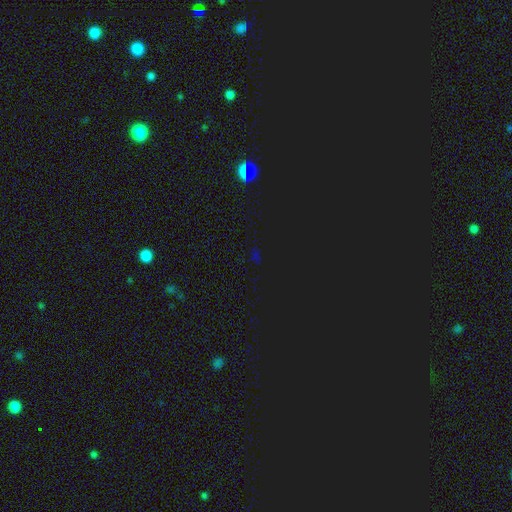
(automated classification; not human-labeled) Smooth or featured? star or artifact (78%)